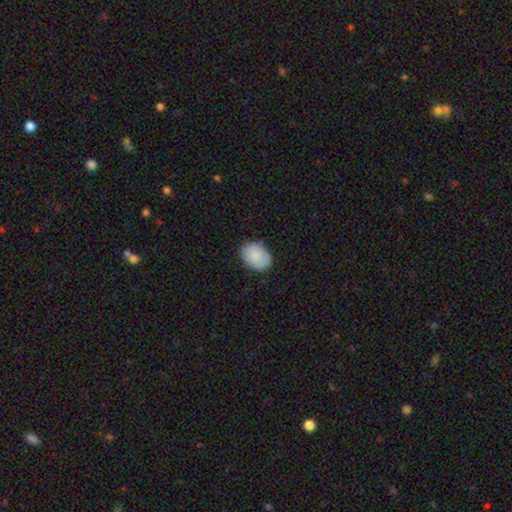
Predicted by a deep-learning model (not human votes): Morphology: type=smooth (85%); roundness=in between (69%); merging=none (79%).